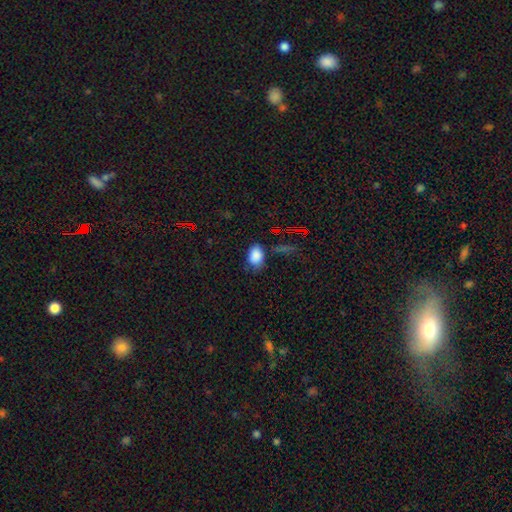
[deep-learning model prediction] This appears to be a smooth galaxy with no disk features (82%) that is in between round and cigar-shaped (83%). Merging: none (66%).